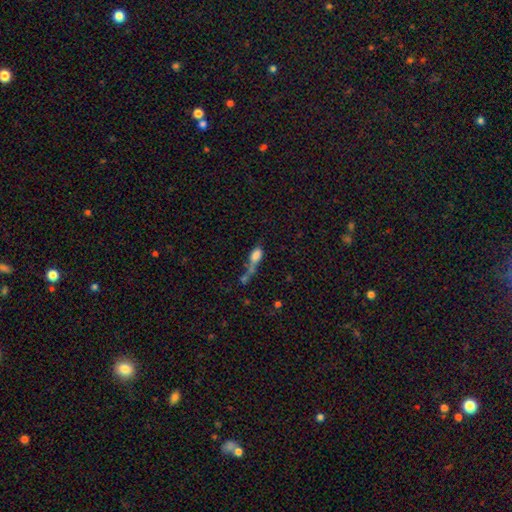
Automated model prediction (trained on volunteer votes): Smooth or featured?
  - smooth: 69% *
  - featured or disk: 19%
  - star or artifact: 12%
How rounded?
  - in between: 72% *
  - cigar-shaped: 19%
  - round: 9%
Merging?
  - merger: 43% *
  - major disturbance: 23%
  - none: 19%
  - minor disturbance: 15%